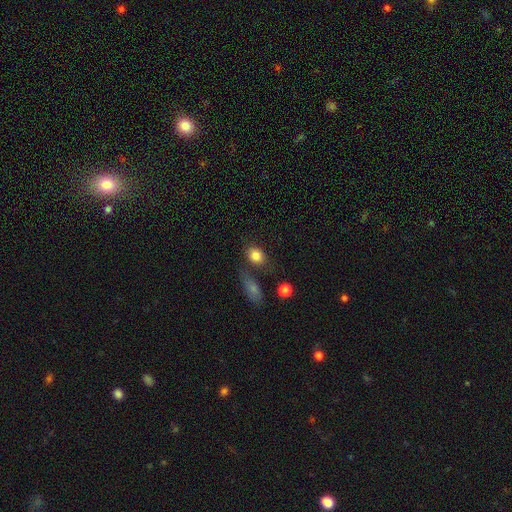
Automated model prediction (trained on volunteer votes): smooth-or-featured: smooth: 83% | star or artifact: 9% | featured or disk: 8%
  how-rounded: in between: 62% | round: 37% | cigar-shaped: 2%
  merging: none: 65% | minor disturbance: 16% | merger: 14% | major disturbance: 6%